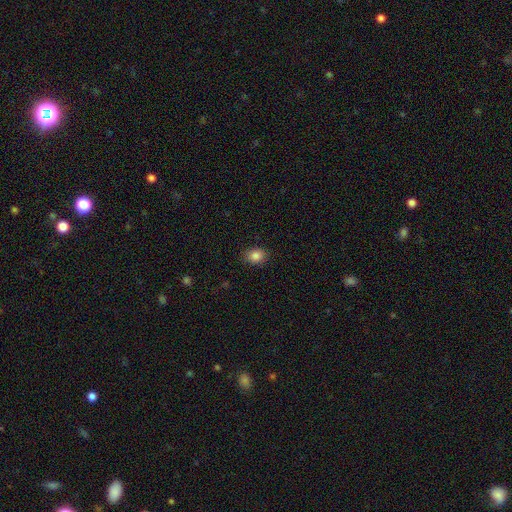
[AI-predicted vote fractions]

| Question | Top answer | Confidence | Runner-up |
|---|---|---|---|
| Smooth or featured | smooth | 85% | star or artifact (10%) |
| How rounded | in between | 51% | round (48%) |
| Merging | none | 87% | minor disturbance (10%) |